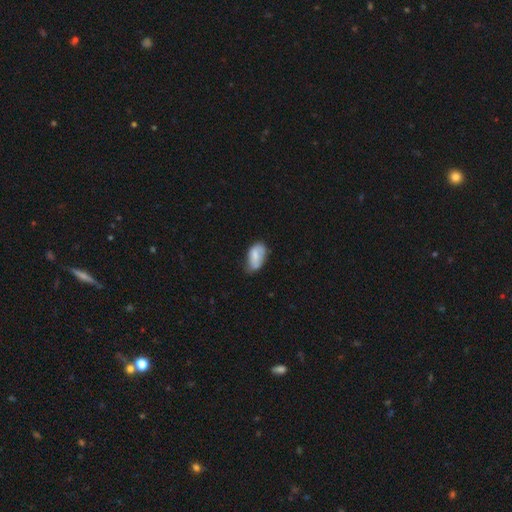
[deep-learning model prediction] Smooth or featured? Predicted: smooth (p=0.72). How rounded? Predicted: in between (p=0.93). Merging? Predicted: none (p=0.47).